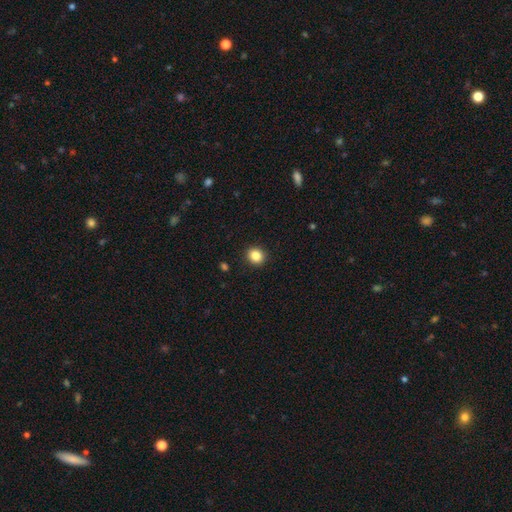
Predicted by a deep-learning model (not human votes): smooth-or-featured: smooth: 85% | star or artifact: 11% | featured or disk: 4%
  how-rounded: round: 84% | in between: 15% | cigar-shaped: 1%
  merging: none: 92% | minor disturbance: 5% | major disturbance: 2% | merger: 1%